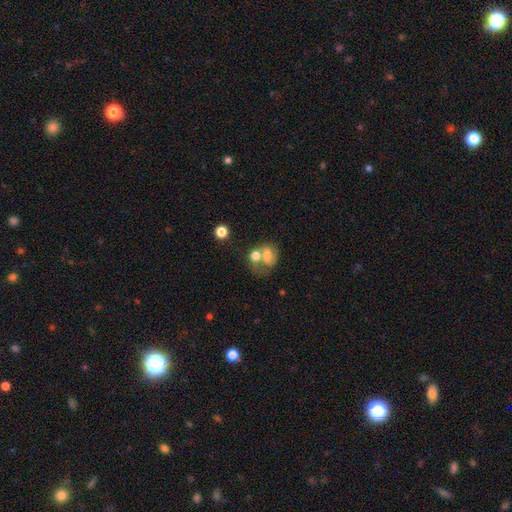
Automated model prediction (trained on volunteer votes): This is likely a smooth galaxy (66%). How rounded: possibly in between (59%). Merging: possibly merger (56%).